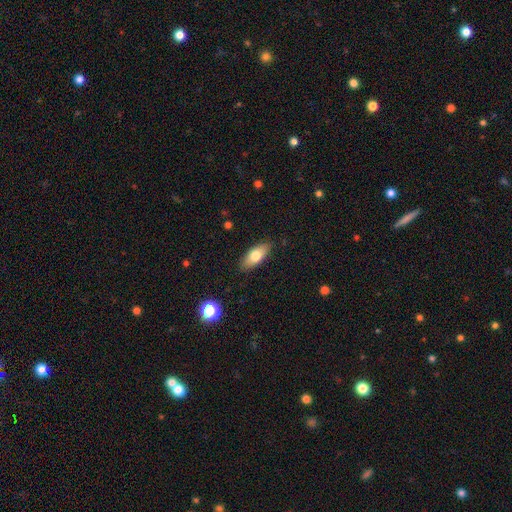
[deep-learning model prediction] A smooth galaxy with no disk features (73%) that is in between round and cigar-shaped (82%). Merging: none (86%).